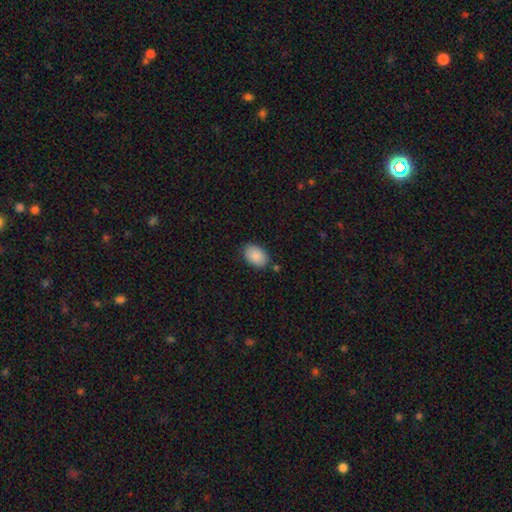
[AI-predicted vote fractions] This is clearly a smooth galaxy (89%). How rounded: clearly in between (90%). Merging: clearly none (83%).